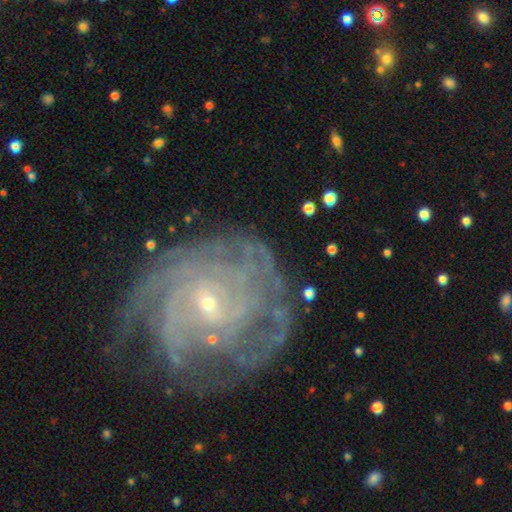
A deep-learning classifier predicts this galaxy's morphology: This is clearly a featured or disk galaxy (85%). It is clearly not viewed edge-on (97%). Bar: possibly no (53%). Spiral arm pattern: clearly yes (94%). Spiral arm count: marginally can't tell (33%). Spiral winding: likely tight (71%). Central bulge: clearly small (82%). Merging: likely none (63%).